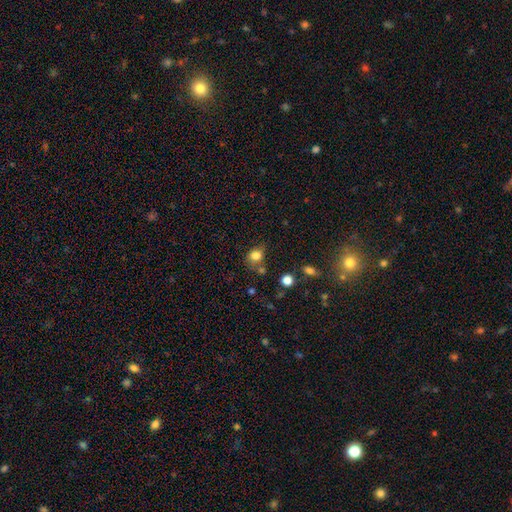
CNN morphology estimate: Overall: smooth (81%). How rounded: round (56%; in between 43%). Merging: none (55%; minor disturbance 23%).